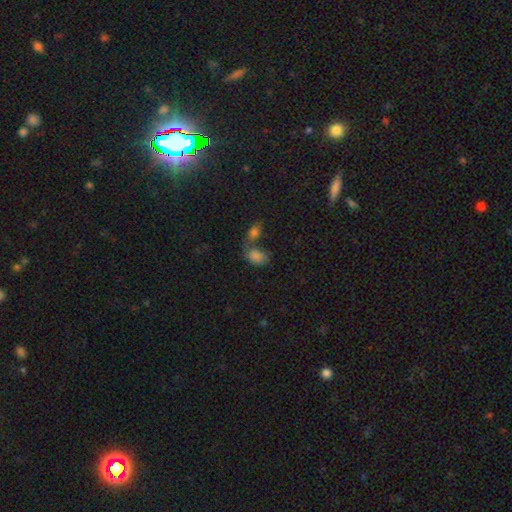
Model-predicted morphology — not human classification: This appears to be a smooth galaxy with no disk features (77%) that is in between round and cigar-shaped (81%). Merging: merger (52%).